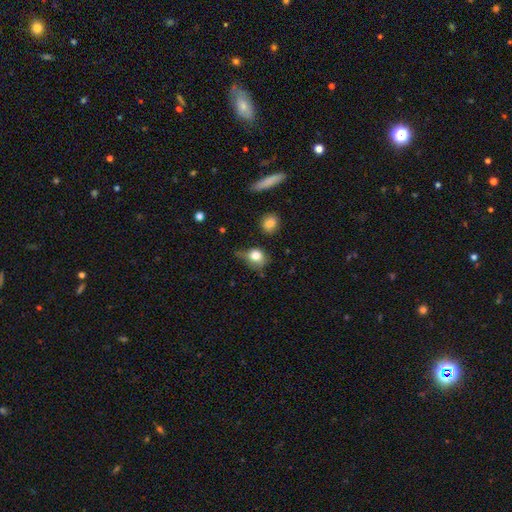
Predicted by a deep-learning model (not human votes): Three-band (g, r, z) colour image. It shows a smooth galaxy with no disk features (79%) that is round (58%). Merging: none (41%).